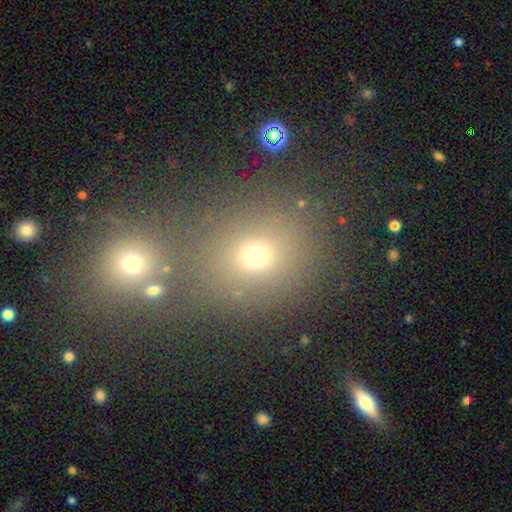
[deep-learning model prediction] Q: Smooth or featured?
A: smooth (69%); runner-up: star or artifact (21%)
Q: How rounded?
A: round (58%); runner-up: in between (40%)
Q: Merging?
A: none (67%); runner-up: merger (15%)